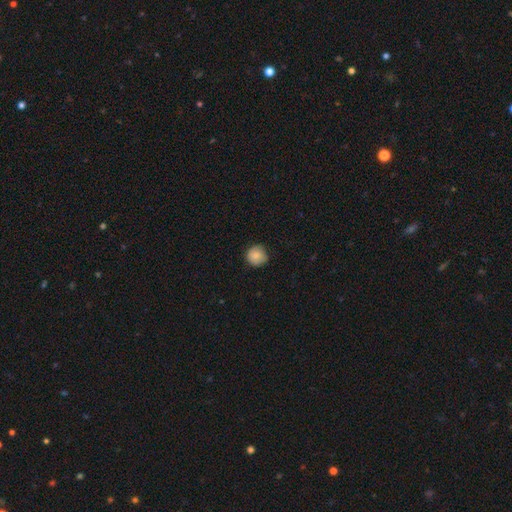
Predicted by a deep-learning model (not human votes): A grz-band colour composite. It shows a smooth galaxy with no disk features (80%) that is round (93%). Merging: none (78%).